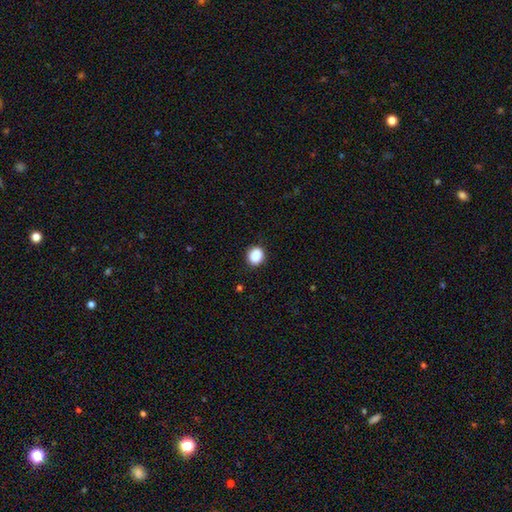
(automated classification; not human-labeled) smooth 88%, star or artifact 9%, featured or disk 3%. Down the decision tree: how rounded — round (72%); merging — none (86%).